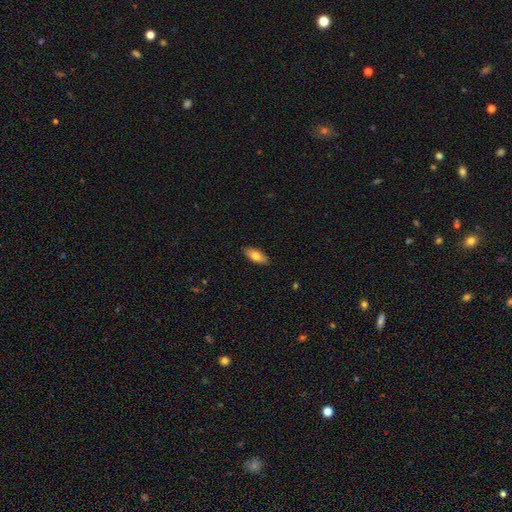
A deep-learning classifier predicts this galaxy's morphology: The model was most divided on "smooth or featured": smooth: 77%, featured or disk: 17%, star or artifact: 6%. More confident: merging — none (88%); how rounded — in between (85%).